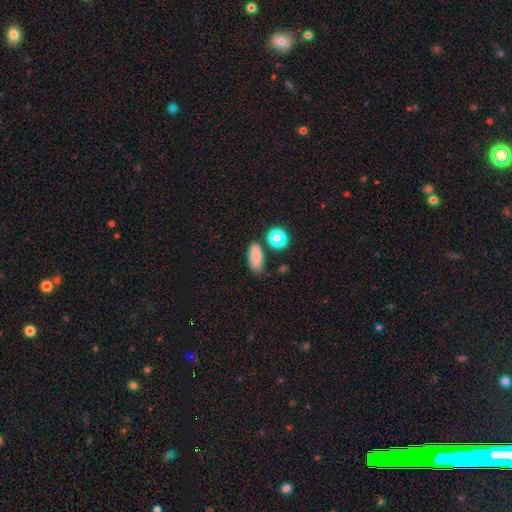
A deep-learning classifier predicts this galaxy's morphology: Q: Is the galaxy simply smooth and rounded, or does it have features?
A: smooth — 82%.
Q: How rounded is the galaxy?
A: in between — 79%.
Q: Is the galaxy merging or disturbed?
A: none — 74%.